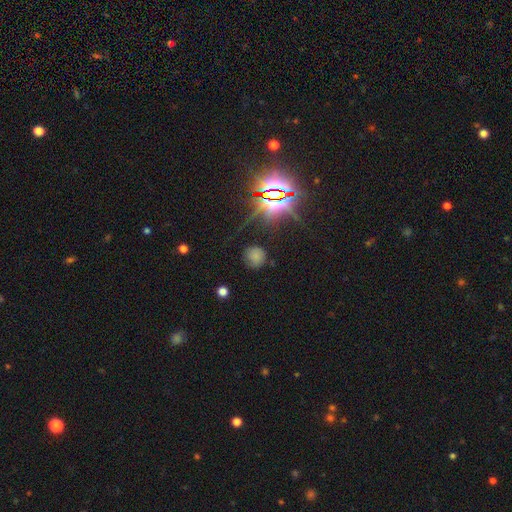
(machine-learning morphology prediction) type=smooth (63%); roundness=round (88%); merging=none (76%).